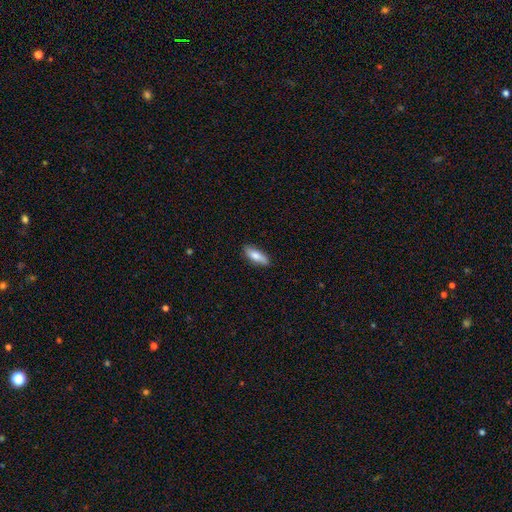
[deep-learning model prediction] This is likely a smooth galaxy (78%). How rounded: likely in between (63%). Merging: clearly none (86%).